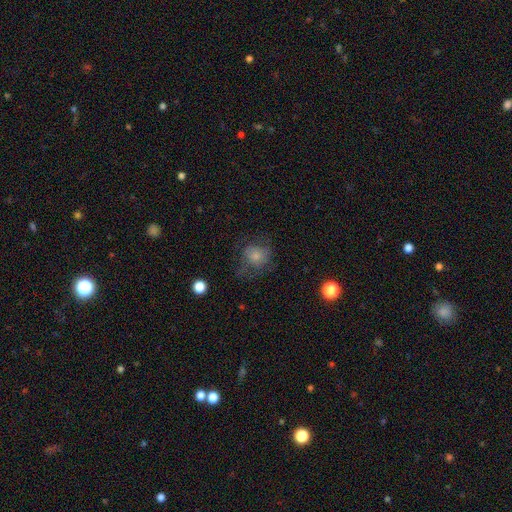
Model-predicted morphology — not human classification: Smooth or featured? Predicted: smooth (p=0.63). How rounded? Predicted: round (p=0.75). Merging? Predicted: none (p=0.47).